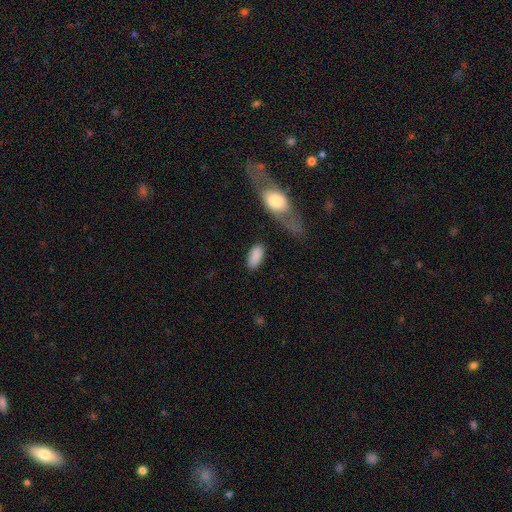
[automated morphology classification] Smooth or featured?
  - smooth: 88% *
  - star or artifact: 6%
  - featured or disk: 6%
How rounded?
  - in between: 92% *
  - cigar-shaped: 5%
  - round: 2%
Merging?
  - none: 78% *
  - minor disturbance: 13%
  - major disturbance: 5%
  - merger: 5%